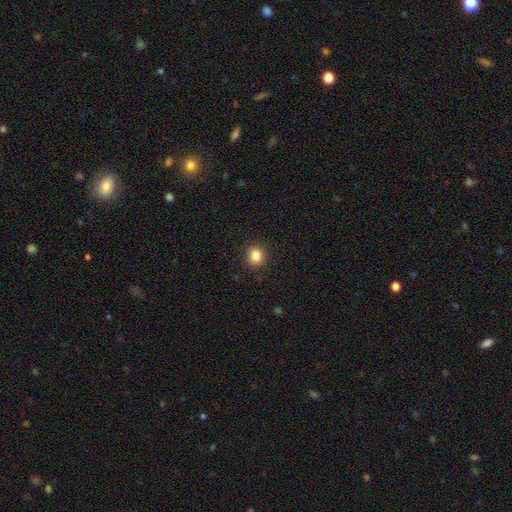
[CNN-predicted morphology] A smooth galaxy with no disk features (85%) that is round (74%).

Vote fractions:
- Smooth or featured? smooth: 85% / star or artifact: 10% / featured or disk: 5%
- How rounded? round: 74% / in between: 25% / cigar-shaped: 1%
- Merging? none: 91% / minor disturbance: 7% / major disturbance: 2% / merger: 1%